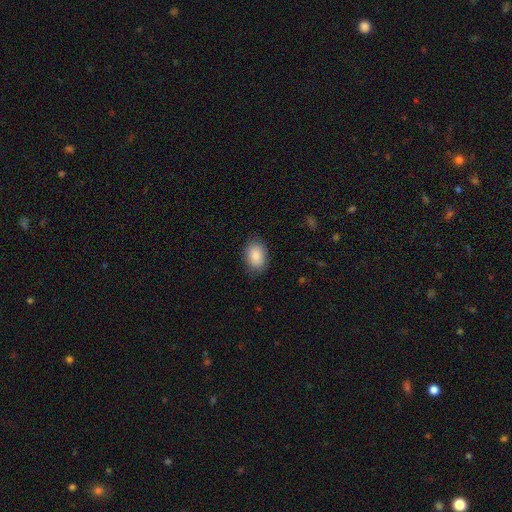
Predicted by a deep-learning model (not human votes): Smooth or featured? smooth (89%)
How rounded? in between (85%)
Merging? none (84%)